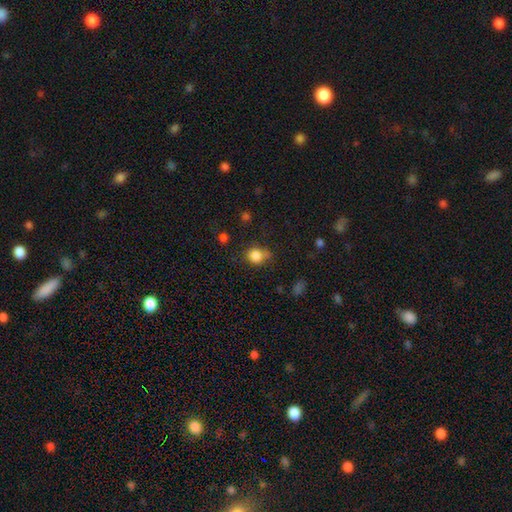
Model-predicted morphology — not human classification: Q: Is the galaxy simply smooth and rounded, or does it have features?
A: smooth — 82%.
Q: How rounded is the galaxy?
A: round — 77%.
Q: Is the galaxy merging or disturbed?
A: none — 59%.